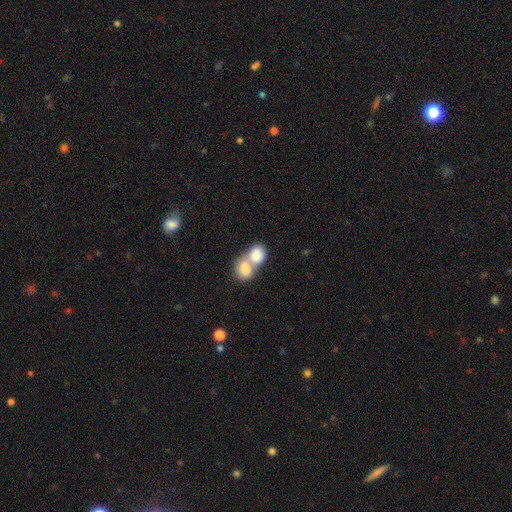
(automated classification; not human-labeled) smooth-or-featured: smooth: 80% | featured or disk: 13% | star or artifact: 7%
  how-rounded: in between: 61% | round: 37% | cigar-shaped: 1%
  merging: merger: 78% | none: 15% | minor disturbance: 5% | major disturbance: 3%